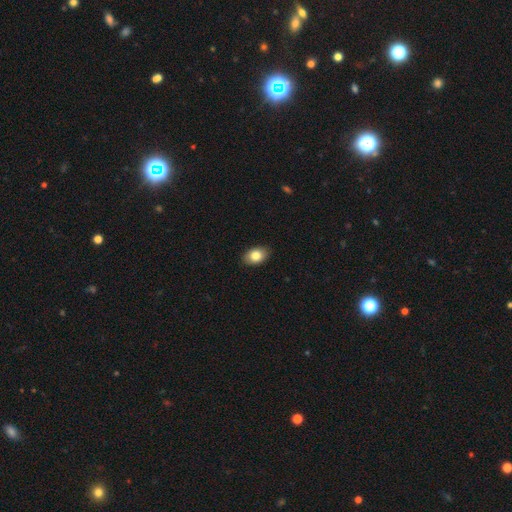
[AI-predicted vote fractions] This is clearly a smooth galaxy (83%). How rounded: clearly in between (85%). Merging: clearly none (88%).